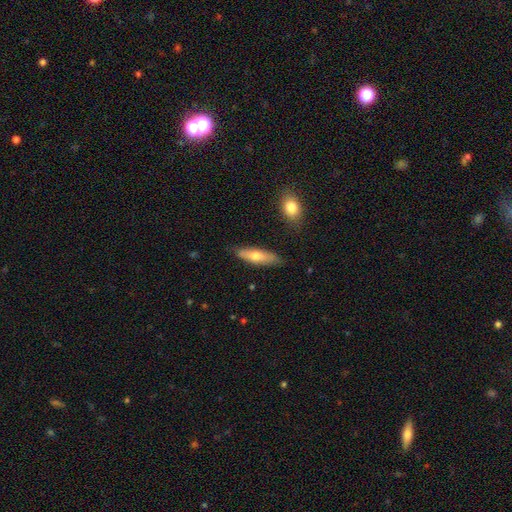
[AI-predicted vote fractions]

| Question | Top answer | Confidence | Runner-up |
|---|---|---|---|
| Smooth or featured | smooth | 63% | featured or disk (31%) |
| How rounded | cigar-shaped | 65% | in between (33%) |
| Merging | none | 83% | minor disturbance (13%) |